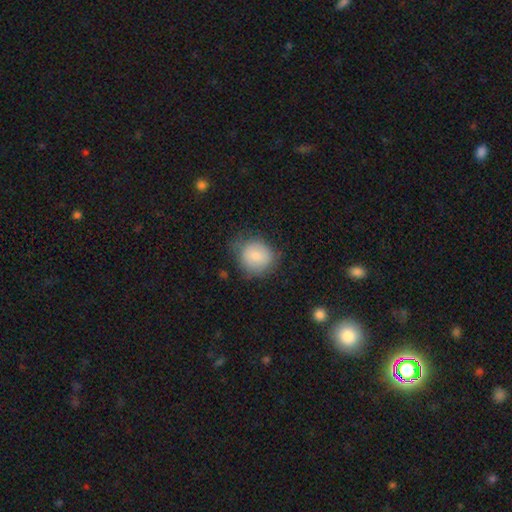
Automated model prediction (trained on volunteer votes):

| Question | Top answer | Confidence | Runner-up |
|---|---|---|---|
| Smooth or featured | smooth | 81% | featured or disk (11%) |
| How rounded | round | 85% | in between (14%) |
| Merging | none | 63% | minor disturbance (27%) |